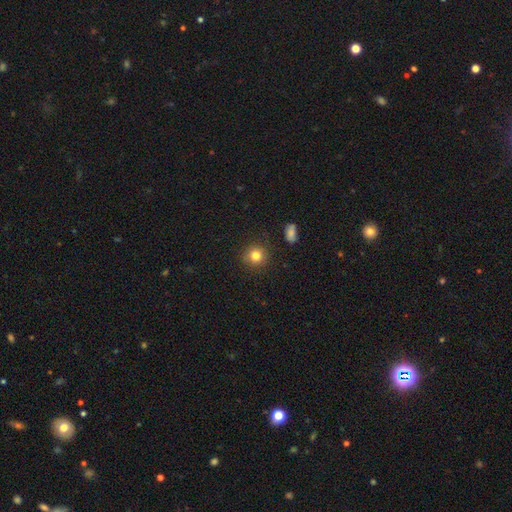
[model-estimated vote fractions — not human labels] Smooth or featured: smooth — 82% (star or artifact — 11%)
How rounded: round — 92% (in between — 7%)
Merging: none — 89% (minor disturbance — 7%)